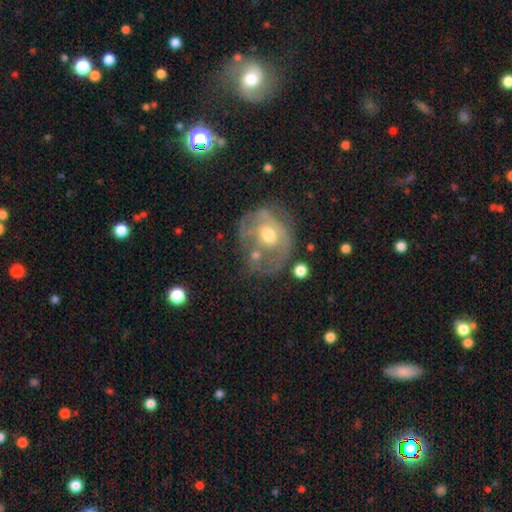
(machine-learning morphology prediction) Smooth or featured: featured or disk — 61% (smooth — 31%)
Edge-on disk: no — 96% (yes — 4%)
Bar: no — 79% (weak — 17%)
Spiral arms: no — 59% (yes — 41%)
Bulge size: moderate — 72% (small — 17%)
Merging: none — 40% (major disturbance — 23%)